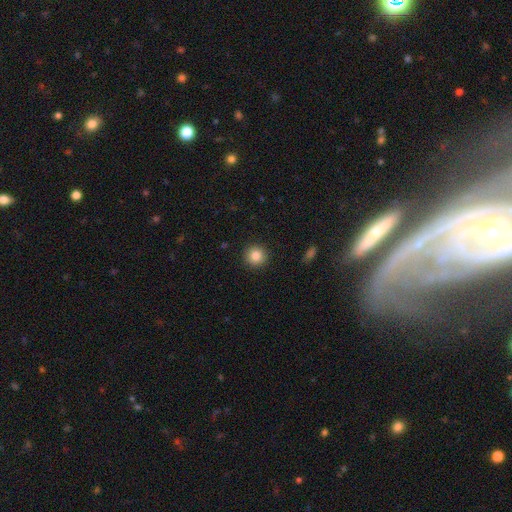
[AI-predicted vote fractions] This appears to be a smooth galaxy with no disk features (85%) that is round (95%). Merging: none (92%).